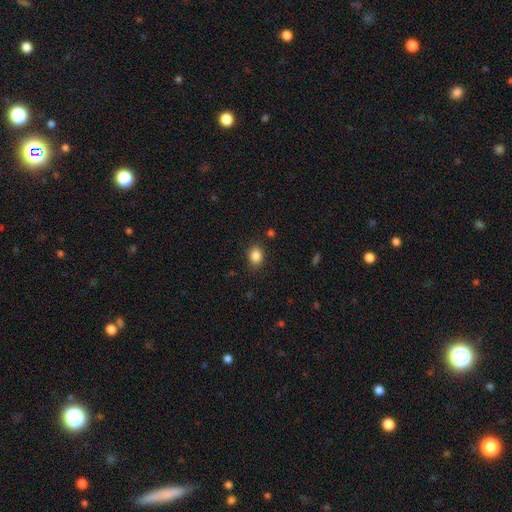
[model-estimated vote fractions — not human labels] Morphology: type=smooth (86%); roundness=in between (58%); merging=none (86%).